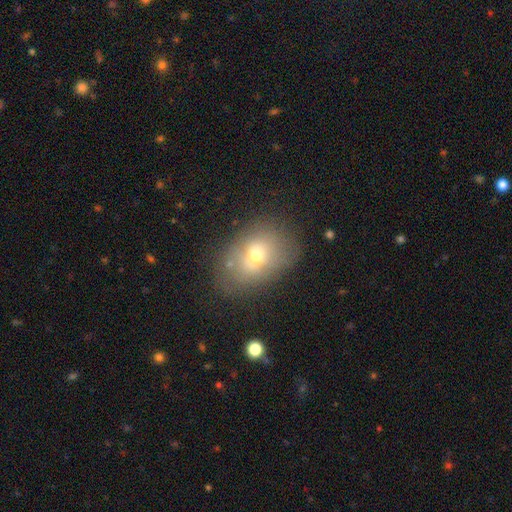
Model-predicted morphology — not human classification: This is likely a smooth galaxy (64%). How rounded: likely in between (73%). Merging: likely none (70%).